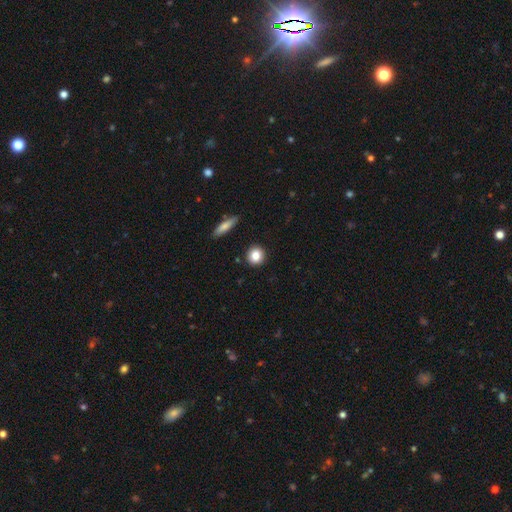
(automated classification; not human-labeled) Smooth or featured?
  - smooth: 83% *
  - star or artifact: 9%
  - featured or disk: 8%
How rounded?
  - round: 88% *
  - in between: 10%
  - cigar-shaped: 2%
Merging?
  - none: 90% *
  - minor disturbance: 6%
  - merger: 2%
  - major disturbance: 2%